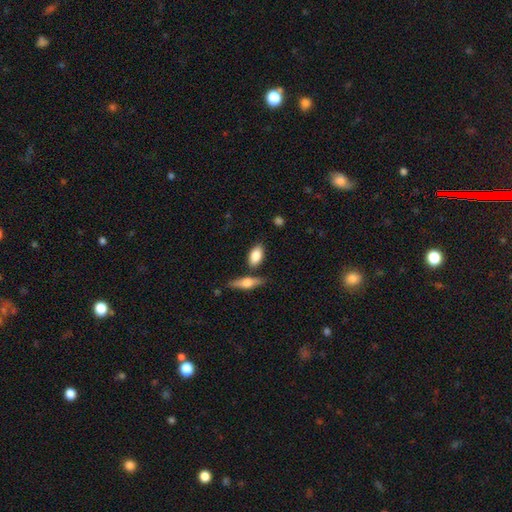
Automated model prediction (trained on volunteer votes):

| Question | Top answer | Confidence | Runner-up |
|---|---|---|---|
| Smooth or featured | smooth | 81% | featured or disk (13%) |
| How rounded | in between | 87% | cigar-shaped (7%) |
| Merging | none | 72% | minor disturbance (12%) |